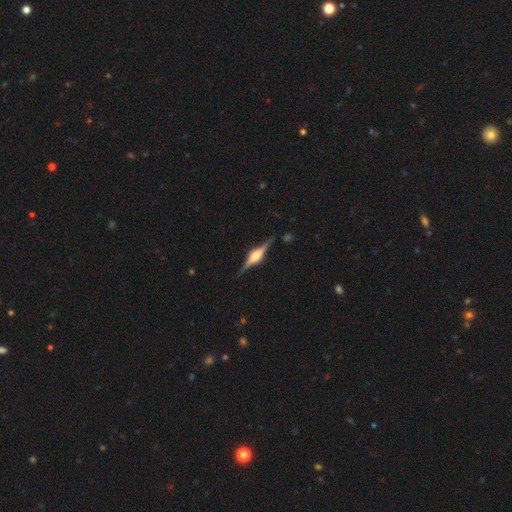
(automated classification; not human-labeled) A featured or disk galaxy (85%) viewed edge-on (98%) with a rounded central bulge (86%).

Vote fractions:
- Smooth or featured? featured or disk: 85% / smooth: 10% / star or artifact: 5%
- Edge-on disk? yes: 98% / no: 2%
- Edge-on bulge? rounded: 86% / boxy: 13% / none: 2%
- Merging? none: 88% / minor disturbance: 9% / major disturbance: 2% / merger: 1%